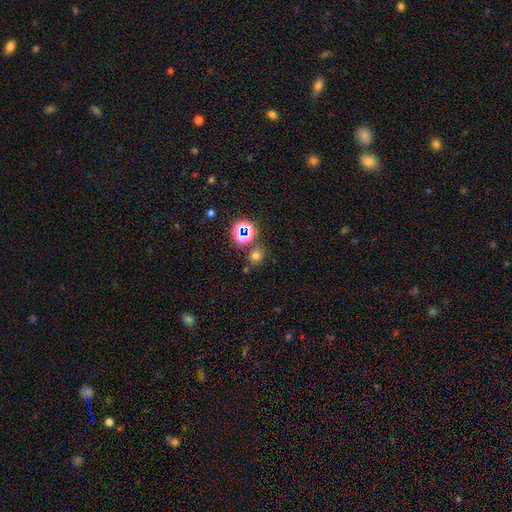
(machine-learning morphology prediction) type=smooth (62%); roundness=round (74%); merging=none (73%).